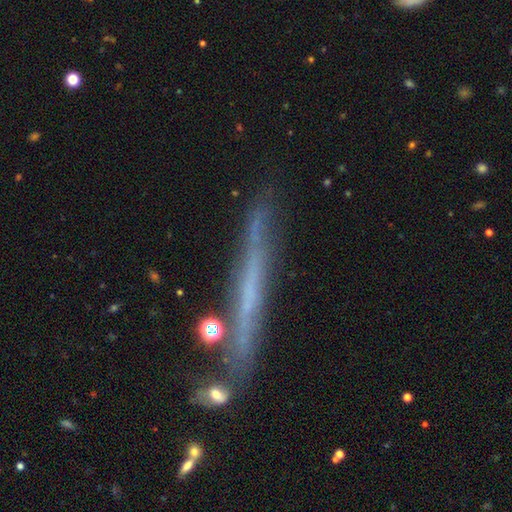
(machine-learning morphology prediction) smooth_or_featured: featured or disk (p=0.60) [alt: smooth p=0.31]
disk_edge_on: yes (p=0.93) [alt: no p=0.07]
edge_on_bulge: none (p=0.85) [alt: rounded p=0.09]
merging: none (p=0.77) [alt: minor disturbance p=0.14]